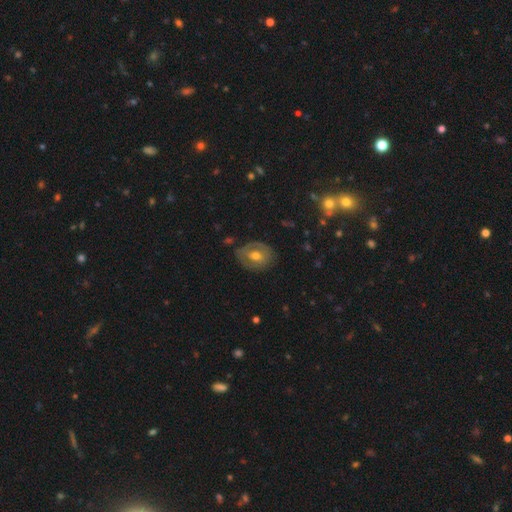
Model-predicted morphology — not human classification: This is possibly a featured or disk galaxy (52%). It is clearly not viewed edge-on (94%). Merging: likely none (73%).